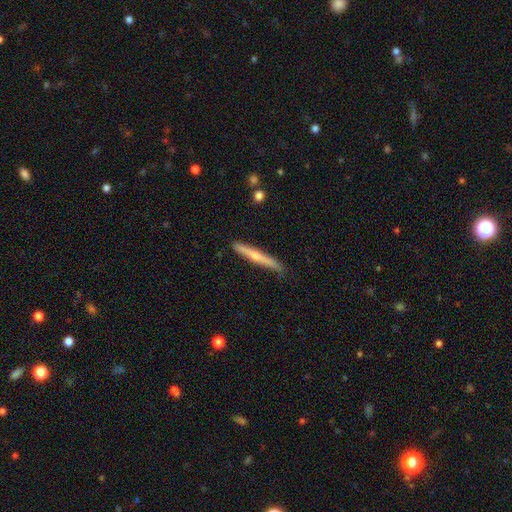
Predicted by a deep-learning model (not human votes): Smooth or featured? featured or disk (53%)
Edge-on disk? yes (96%)
Edge-on bulge? rounded (70%)
Merging? none (85%)